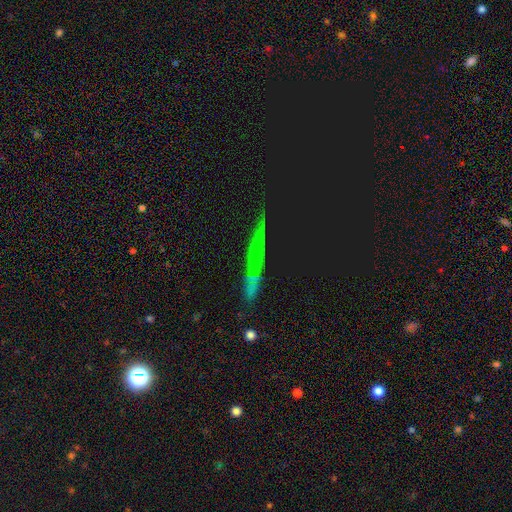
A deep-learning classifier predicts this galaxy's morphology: Overall: smooth (39%; star or artifact 31%). Merging: none (80%).